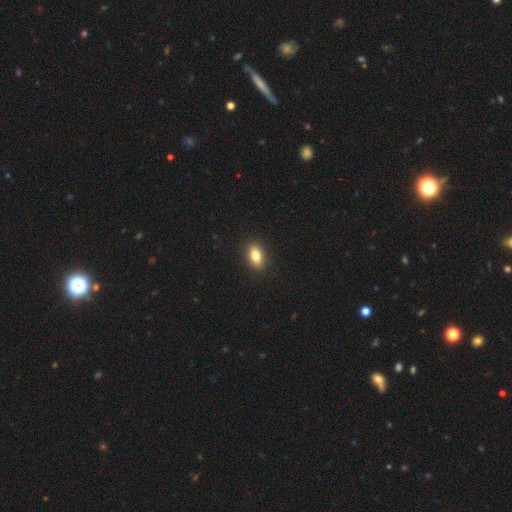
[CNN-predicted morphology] A smooth galaxy with no disk features (80%) that is in between round and cigar-shaped (84%).

Vote fractions:
- Smooth or featured? smooth: 80% / featured or disk: 11% / star or artifact: 8%
- How rounded? in between: 84% / round: 11% / cigar-shaped: 5%
- Merging? none: 91% / minor disturbance: 7% / major disturbance: 2% / merger: 1%